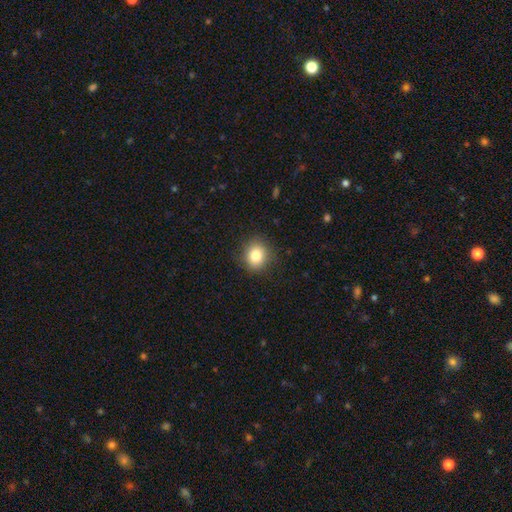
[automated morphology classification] smooth-or-featured: smooth: 81% | star or artifact: 11% | featured or disk: 8%
  how-rounded: round: 75% | in between: 24% | cigar-shaped: 1%
  merging: none: 88% | minor disturbance: 9% | major disturbance: 3% | merger: 1%